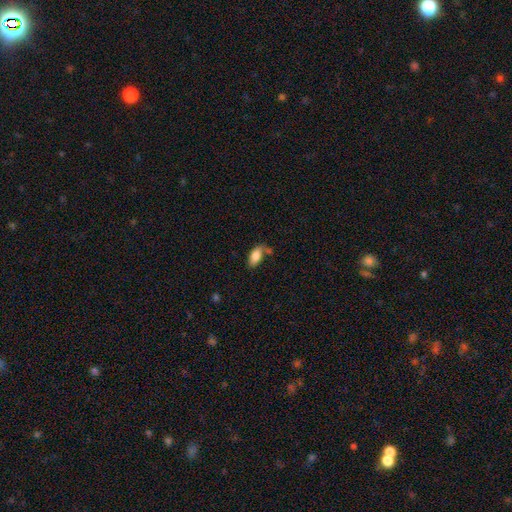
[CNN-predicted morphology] type=smooth (82%); roundness=in between (90%); merging=none (54%).